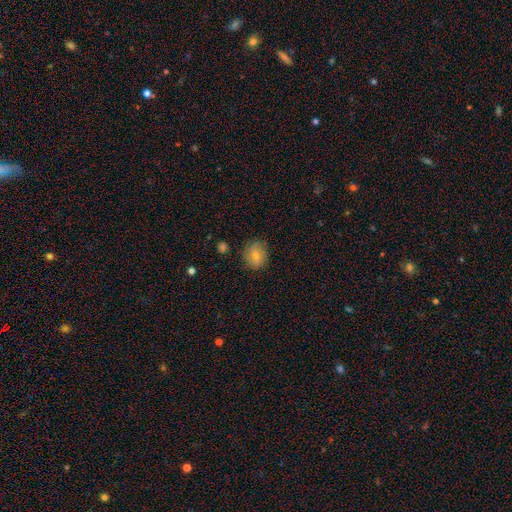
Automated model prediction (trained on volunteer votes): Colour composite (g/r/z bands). It shows a smooth galaxy with no disk features (70%) that is round (73%). Merging: none (80%).